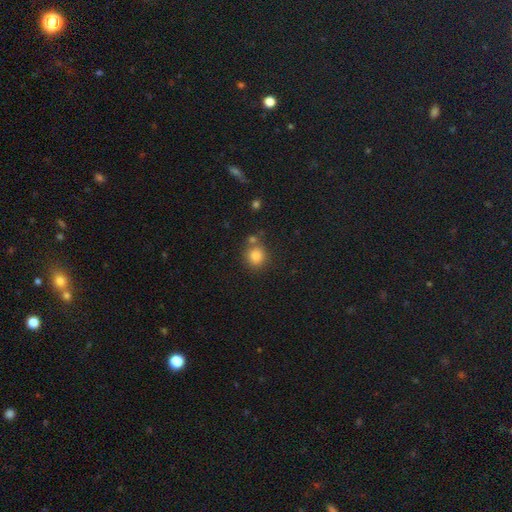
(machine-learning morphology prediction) A smooth galaxy with no disk features (83%) that is round (85%).

Vote fractions:
- Smooth or featured? smooth: 83% / star or artifact: 11% / featured or disk: 6%
- How rounded? round: 85% / in between: 14% / cigar-shaped: 1%
- Merging? none: 68% / merger: 17% / minor disturbance: 11% / major disturbance: 4%